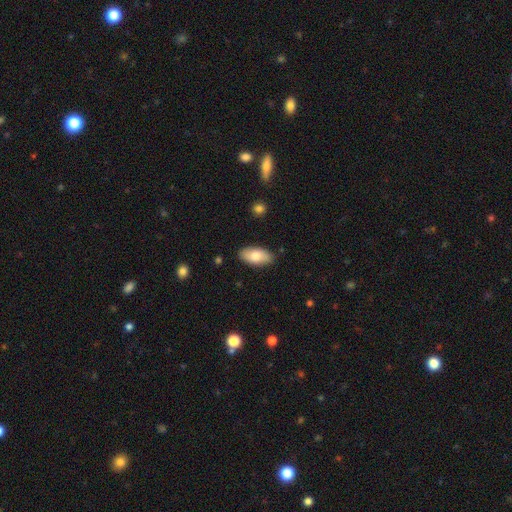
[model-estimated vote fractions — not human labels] smooth_or_featured: smooth (p=0.76) [alt: featured or disk p=0.18]
how_rounded: in between (p=0.92) [alt: cigar-shaped p=0.05]
merging: none (p=0.87) [alt: minor disturbance p=0.10]